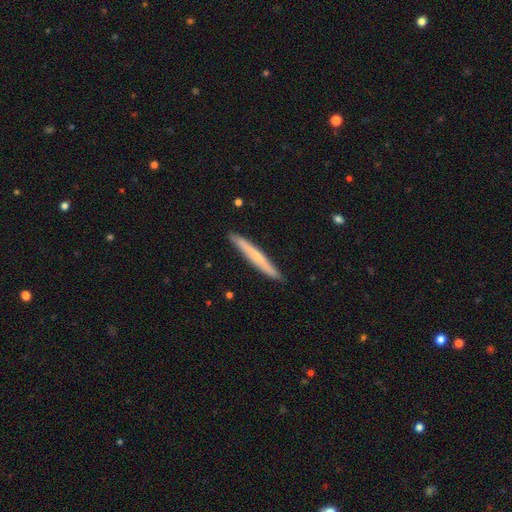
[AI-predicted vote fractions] Q: Smooth or featured?
A: smooth (53%); runner-up: featured or disk (41%)
Q: How rounded?
A: cigar-shaped (96%); runner-up: in between (3%)
Q: Merging?
A: none (91%); runner-up: minor disturbance (7%)